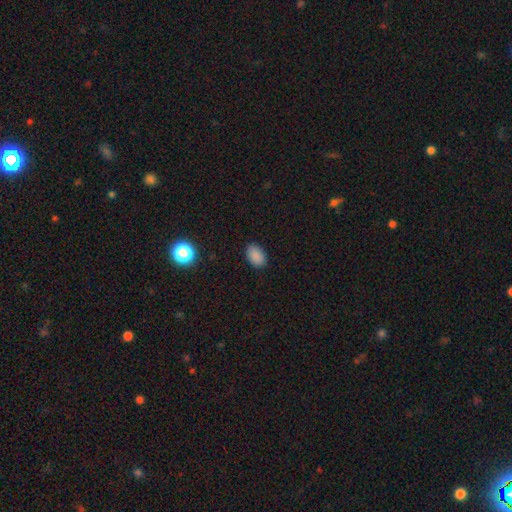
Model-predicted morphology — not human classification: Overall: smooth (86%). How rounded: in between (86%). Merging: none (86%).